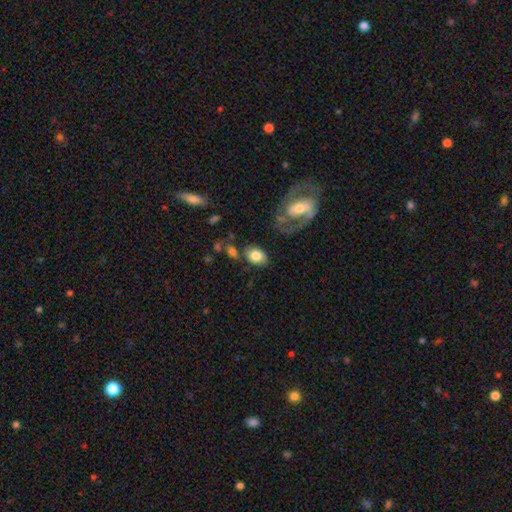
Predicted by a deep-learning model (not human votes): smooth_or_featured: smooth (p=0.75) [alt: featured or disk p=0.18]
how_rounded: in between (p=0.80) [alt: round p=0.19]
merging: none (p=0.66) [alt: minor disturbance p=0.15]